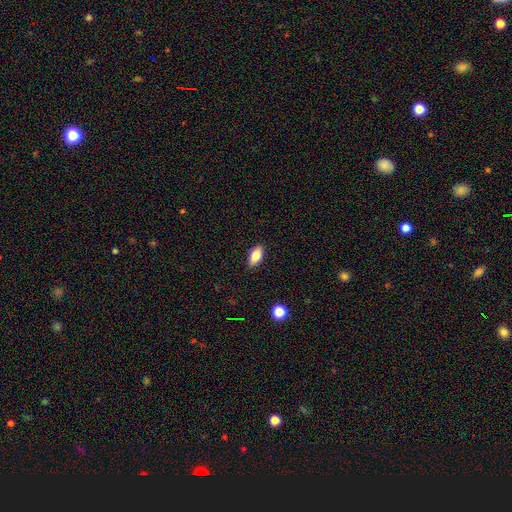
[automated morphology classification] type=smooth (80%); roundness=in between (87%); merging=none (87%).